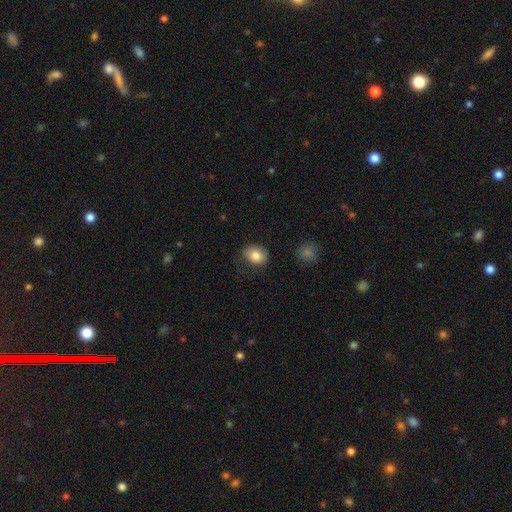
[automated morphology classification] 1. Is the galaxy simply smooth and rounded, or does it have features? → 84% smooth, 9% star or artifact, 7% featured or disk.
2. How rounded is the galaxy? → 52% round, 48% in between, 1% cigar-shaped.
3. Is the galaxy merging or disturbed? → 73% none, 20% minor disturbance, 6% major disturbance, 2% merger.